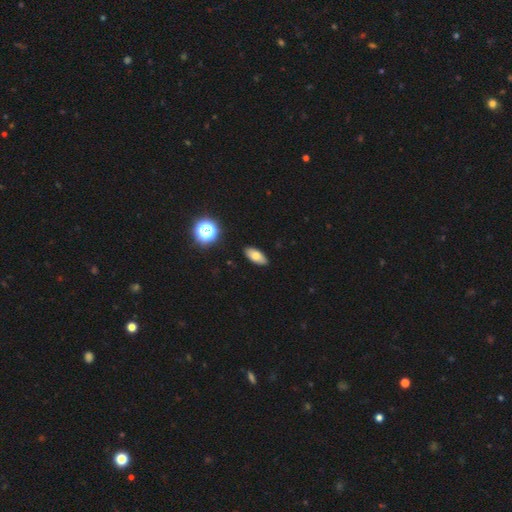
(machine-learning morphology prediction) This appears to be a smooth galaxy with no disk features (75%) that is in between round and cigar-shaped (86%). Merging: none (89%).